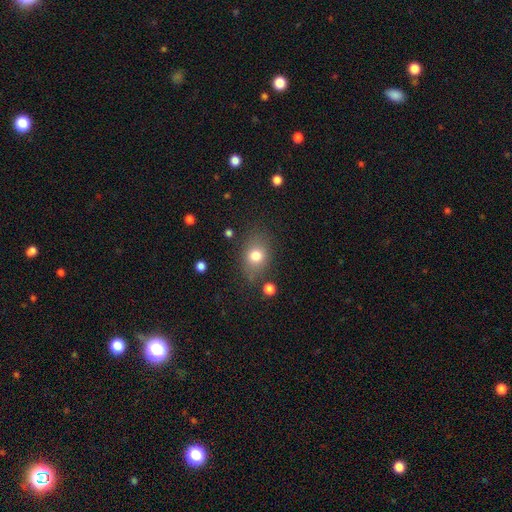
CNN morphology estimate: Smooth or featured? smooth (77%)
How rounded? in between (56%)
Merging? none (74%)